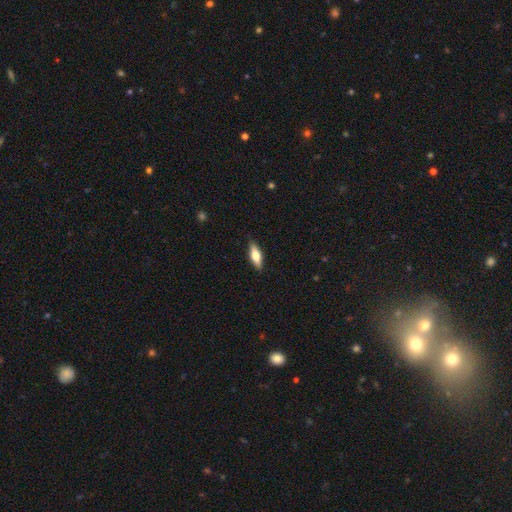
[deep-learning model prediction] This appears to be a smooth galaxy with no disk features (65%) that is in between round and cigar-shaped (58%). Merging: none (88%).